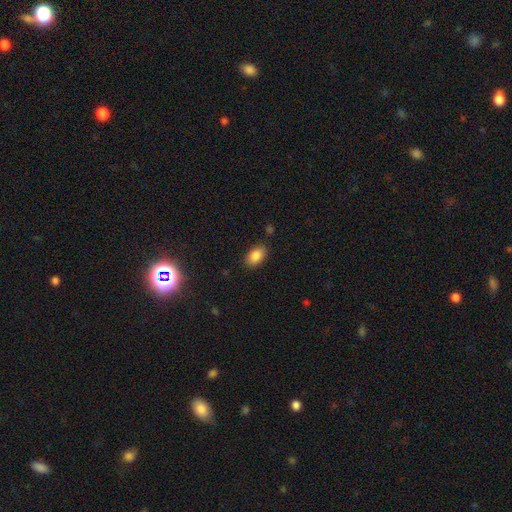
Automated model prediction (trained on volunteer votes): smooth 86%, star or artifact 8%, featured or disk 6%. Down the decision tree: how rounded — in between (91%); merging — none (85%).